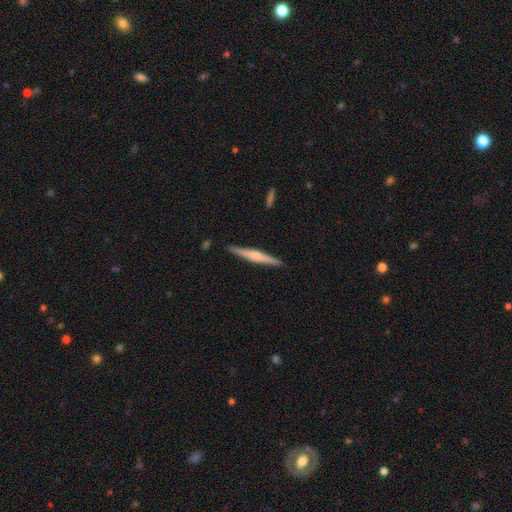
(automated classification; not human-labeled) This appears to be a featured or disk galaxy (60%) viewed edge-on (98%) with a rounded central bulge (61%). Merging: none (90%).